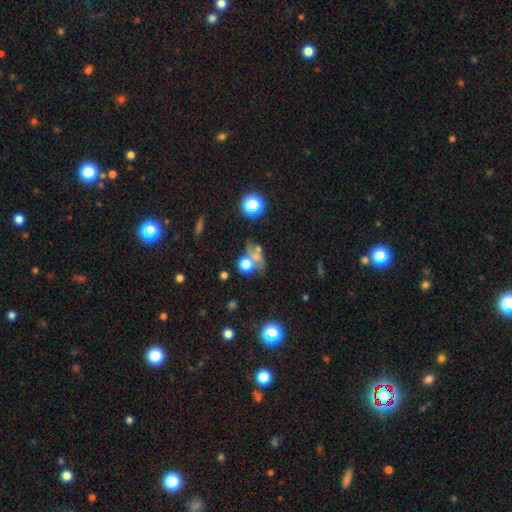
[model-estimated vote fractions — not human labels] Smooth or featured? Predicted: smooth (p=0.54). How rounded? Predicted: round (p=0.63). Merging? Predicted: none (p=0.38).